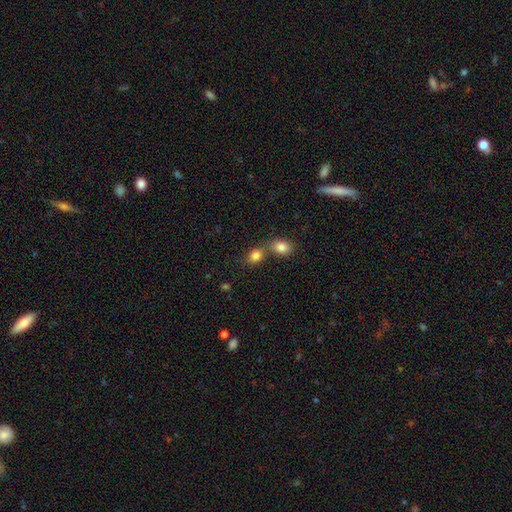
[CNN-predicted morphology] Smooth or featured?
  - smooth: 83% *
  - star or artifact: 10%
  - featured or disk: 6%
How rounded?
  - round: 58% *
  - in between: 41%
  - cigar-shaped: 1%
Merging?
  - merger: 46% *
  - none: 43%
  - minor disturbance: 8%
  - major disturbance: 3%